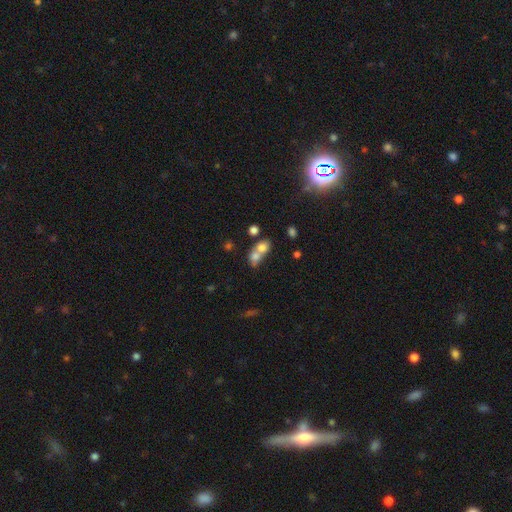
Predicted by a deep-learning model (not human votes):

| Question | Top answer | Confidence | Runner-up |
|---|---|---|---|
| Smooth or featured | smooth | 72% | featured or disk (16%) |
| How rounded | round | 54% | in between (44%) |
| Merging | merger | 68% | none (23%) |